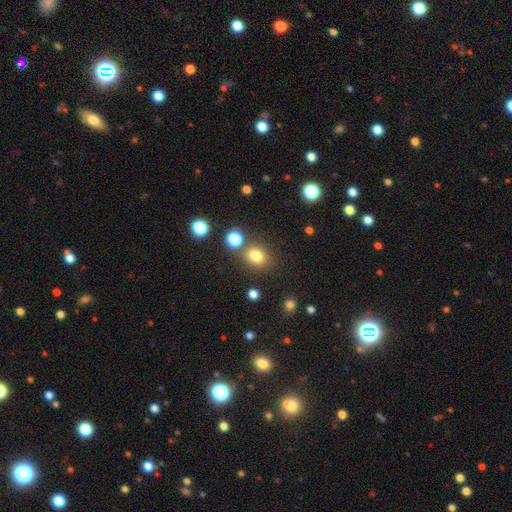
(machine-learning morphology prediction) Smooth or featured: smooth — 78% (star or artifact — 15%)
How rounded: round — 72% (in between — 27%)
Merging: none — 76% (merger — 10%)